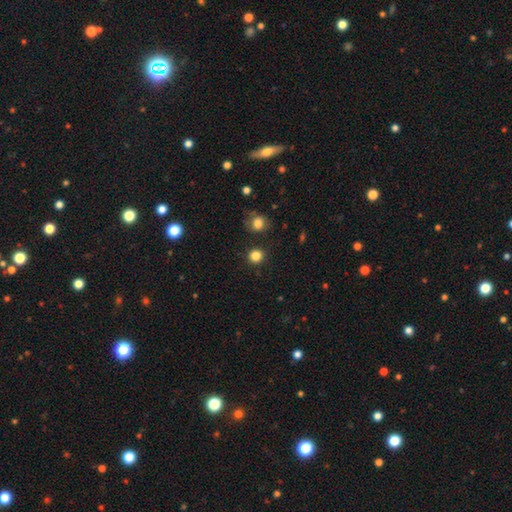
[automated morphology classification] This is clearly a smooth galaxy (84%). How rounded: clearly round (91%). Merging: clearly none (87%).